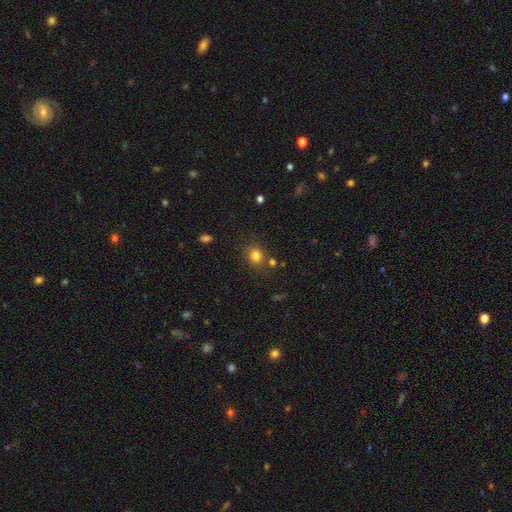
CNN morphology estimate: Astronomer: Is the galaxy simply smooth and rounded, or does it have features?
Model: smooth — 80%.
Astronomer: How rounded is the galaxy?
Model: round — 74%.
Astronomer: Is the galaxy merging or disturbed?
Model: none — 77%.